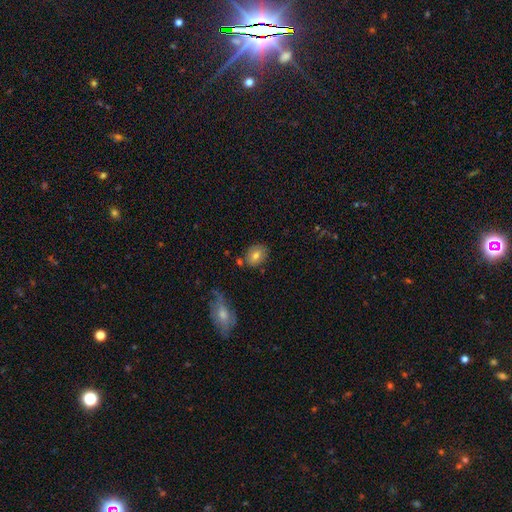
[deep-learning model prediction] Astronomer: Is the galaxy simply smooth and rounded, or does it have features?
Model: smooth — 77%.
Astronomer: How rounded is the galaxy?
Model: in between — 53% (runner-up: round, 45%).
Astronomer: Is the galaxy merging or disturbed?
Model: none — 77%.